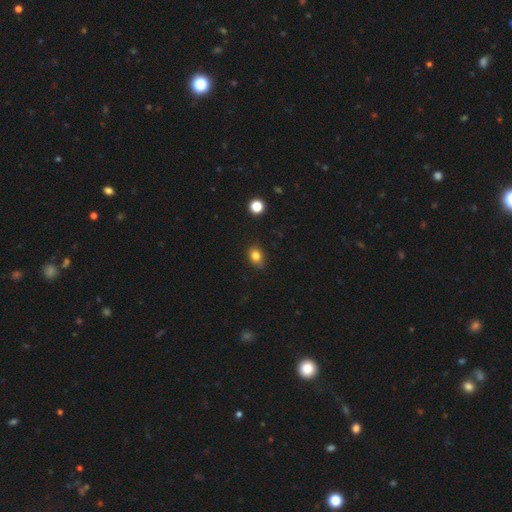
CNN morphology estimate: A smooth galaxy with no disk features (82%) that is in between round and cigar-shaped (61%).

Vote fractions:
- Smooth or featured? smooth: 82% / star or artifact: 12% / featured or disk: 6%
- How rounded? in between: 61% / round: 37% / cigar-shaped: 1%
- Merging? none: 78% / minor disturbance: 17% / major disturbance: 3% / merger: 2%